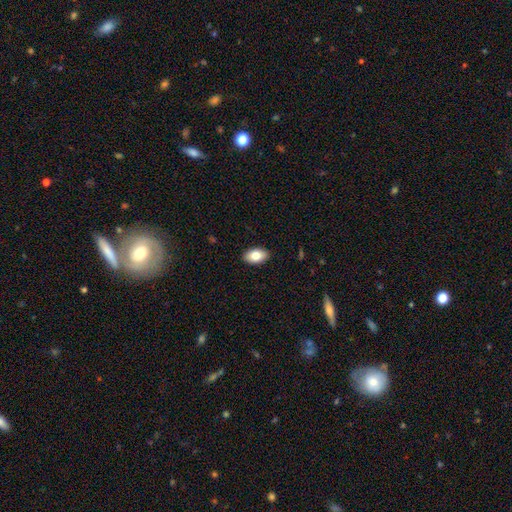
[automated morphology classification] Smooth or featured? Predicted: smooth (p=0.80). How rounded? Predicted: in between (p=0.92). Merging? Predicted: none (p=0.90).